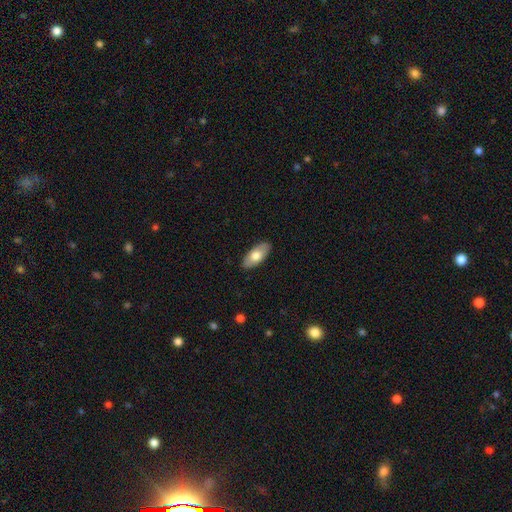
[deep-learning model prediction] This appears to be a smooth galaxy with no disk features (70%) that is in between round and cigar-shaped (91%). Merging: none (88%).